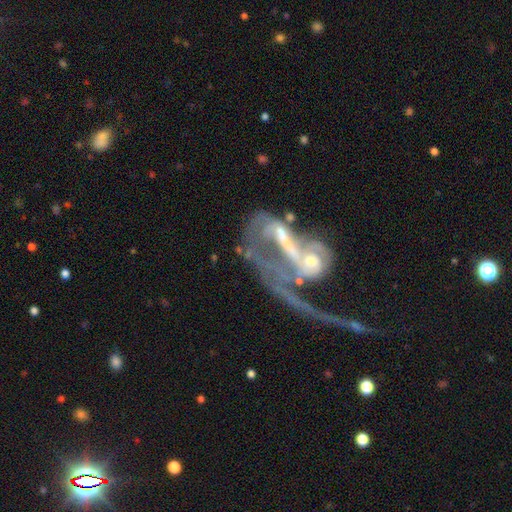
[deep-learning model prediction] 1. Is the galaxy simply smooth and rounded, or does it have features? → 73% featured or disk, 16% smooth, 11% star or artifact.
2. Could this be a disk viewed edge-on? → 92% no, 8% yes.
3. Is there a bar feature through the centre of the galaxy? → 48% no, 28% weak, 24% strong.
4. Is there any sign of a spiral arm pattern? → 59% yes, 41% no.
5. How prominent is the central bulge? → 38% moderate, 34% small, 20% none, 6% large, 2% dominant.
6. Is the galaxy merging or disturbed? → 52% merger, 33% major disturbance, 9% none, 6% minor disturbance.